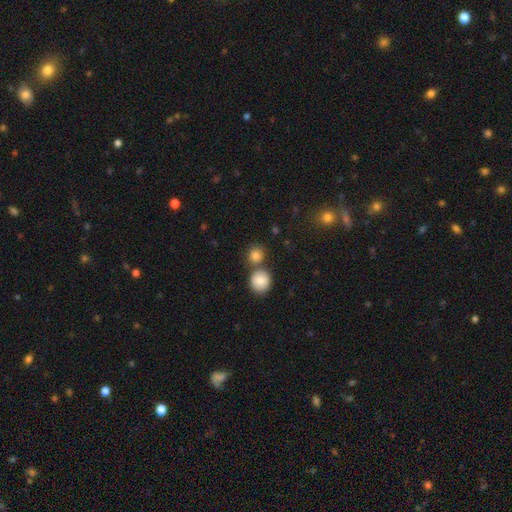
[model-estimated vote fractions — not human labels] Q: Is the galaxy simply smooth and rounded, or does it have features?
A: smooth — 83%.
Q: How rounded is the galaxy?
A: round — 88%.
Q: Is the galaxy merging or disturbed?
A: none — 64%.